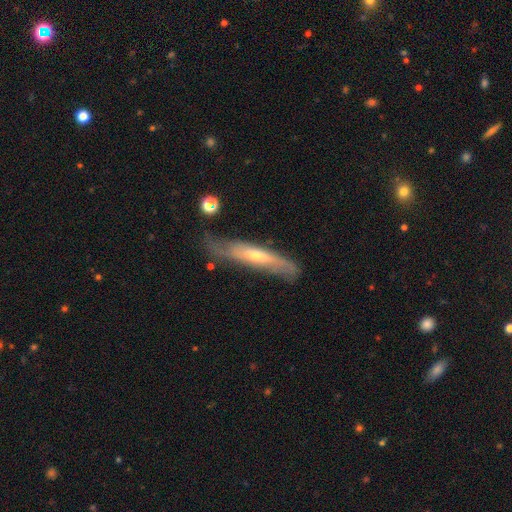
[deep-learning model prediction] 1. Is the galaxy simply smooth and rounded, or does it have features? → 59% featured or disk, 35% smooth, 6% star or artifact.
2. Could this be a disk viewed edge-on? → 63% yes, 37% no.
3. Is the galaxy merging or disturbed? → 61% none, 24% minor disturbance, 12% major disturbance, 3% merger.